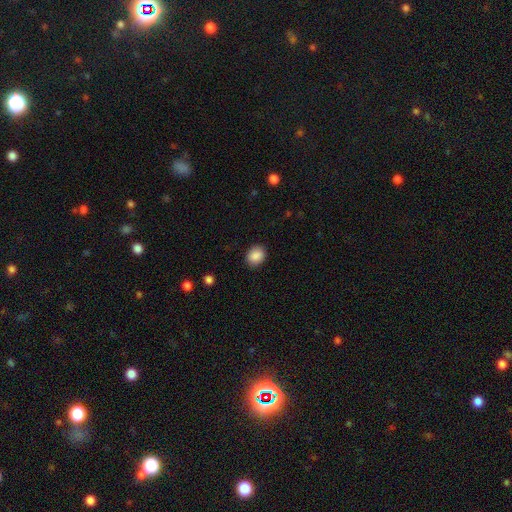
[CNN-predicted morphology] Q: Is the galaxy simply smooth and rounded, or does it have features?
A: smooth — 88%.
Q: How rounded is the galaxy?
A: round — 55%.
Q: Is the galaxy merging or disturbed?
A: none — 87%.